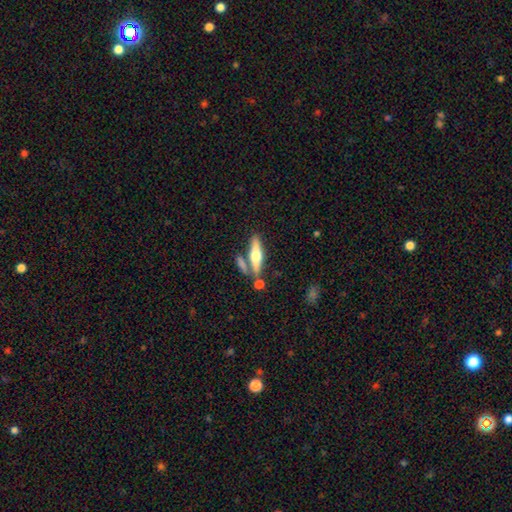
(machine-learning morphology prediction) Q: Smooth or featured?
A: featured or disk (53%); runner-up: smooth (41%)
Q: Edge-on disk?
A: yes (93%); runner-up: no (7%)
Q: Merging?
A: none (66%); runner-up: merger (18%)